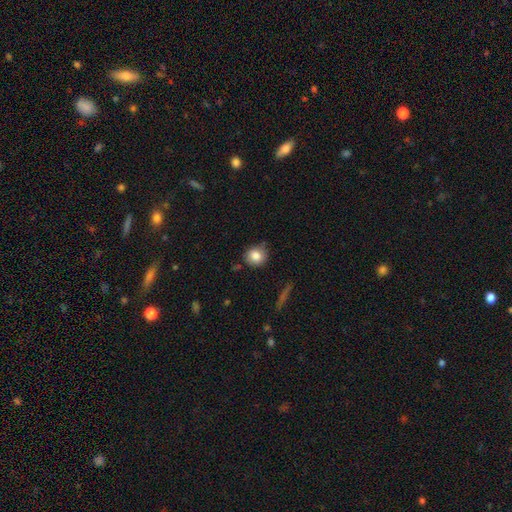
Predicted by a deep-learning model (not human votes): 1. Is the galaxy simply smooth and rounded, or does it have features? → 83% smooth, 9% star or artifact, 8% featured or disk.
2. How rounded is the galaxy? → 83% round, 16% in between, 1% cigar-shaped.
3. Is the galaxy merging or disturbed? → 72% none, 21% minor disturbance, 4% major disturbance, 3% merger.